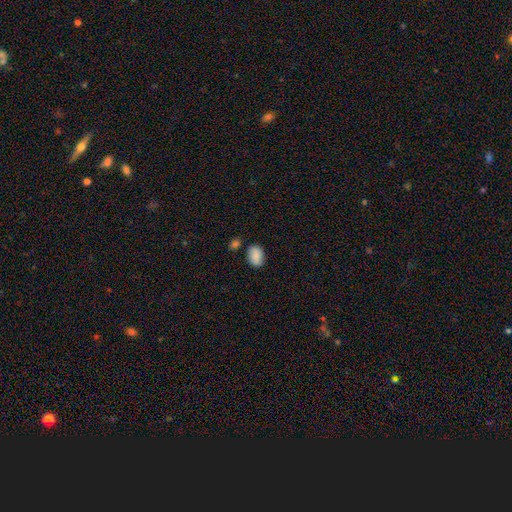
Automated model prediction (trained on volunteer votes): Morphology: type=smooth (87%); roundness=in between (84%); merging=none (76%).